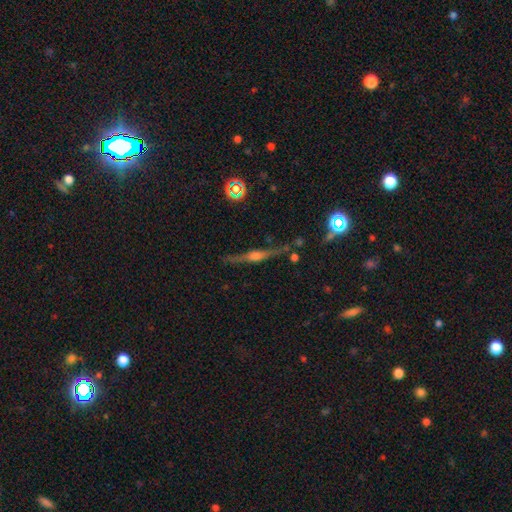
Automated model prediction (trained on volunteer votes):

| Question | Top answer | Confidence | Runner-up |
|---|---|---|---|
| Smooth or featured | featured or disk | 79% | smooth (11%) |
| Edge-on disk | yes | 97% | no (3%) |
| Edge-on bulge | rounded | 87% | boxy (9%) |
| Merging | none | 83% | minor disturbance (11%) |